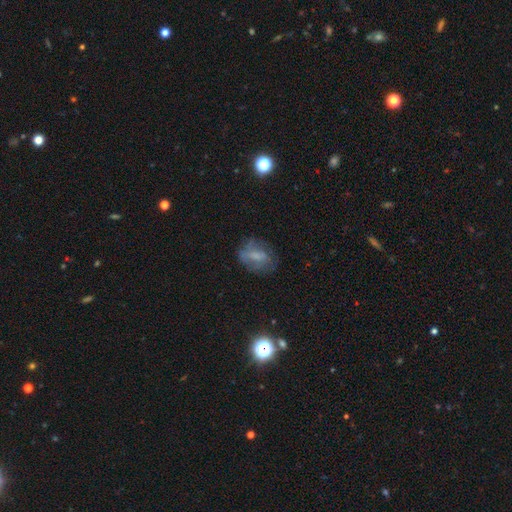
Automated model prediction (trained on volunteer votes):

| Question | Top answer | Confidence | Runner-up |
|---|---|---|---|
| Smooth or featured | smooth | 50% | featured or disk (37%) |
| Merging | none | 59% | minor disturbance (24%) |